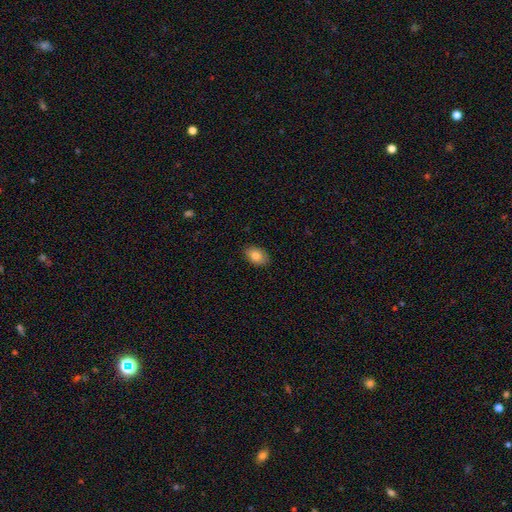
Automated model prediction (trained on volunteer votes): A smooth galaxy with no disk features (83%) that is in between round and cigar-shaped (87%).

Vote fractions:
- Smooth or featured? smooth: 83% / featured or disk: 10% / star or artifact: 7%
- How rounded? in between: 87% / round: 12% / cigar-shaped: 1%
- Merging? none: 85% / minor disturbance: 12% / major disturbance: 2% / merger: 1%